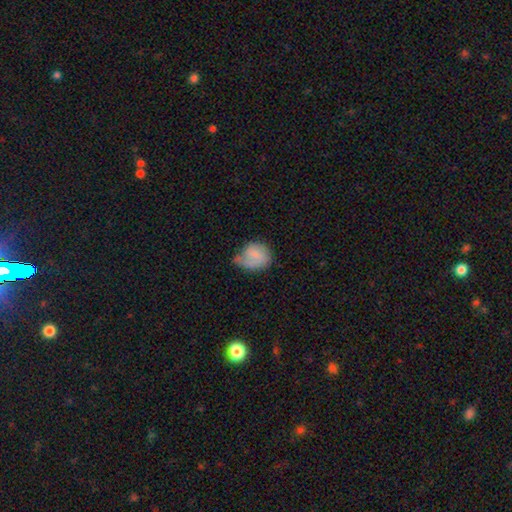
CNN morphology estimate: The model was most divided on "merging": minor disturbance: 37%, none: 34%, major disturbance: 24%, merger: 4%. More confident: smooth or featured — smooth (59%); how rounded — round (56%).